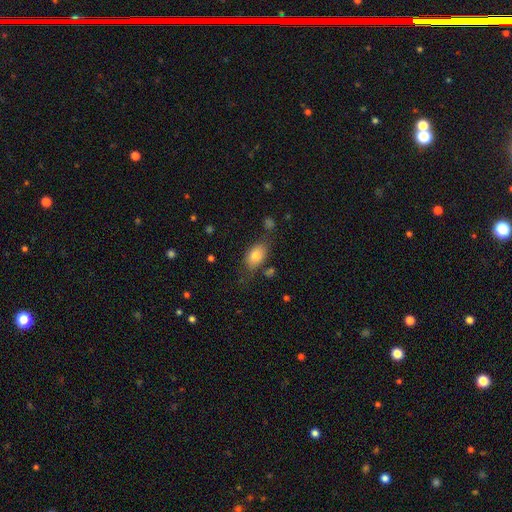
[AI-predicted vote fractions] Smooth or featured?
  - smooth: 78% *
  - featured or disk: 13%
  - star or artifact: 8%
How rounded?
  - in between: 86% *
  - round: 11%
  - cigar-shaped: 2%
Merging?
  - none: 65% *
  - minor disturbance: 22%
  - major disturbance: 8%
  - merger: 5%